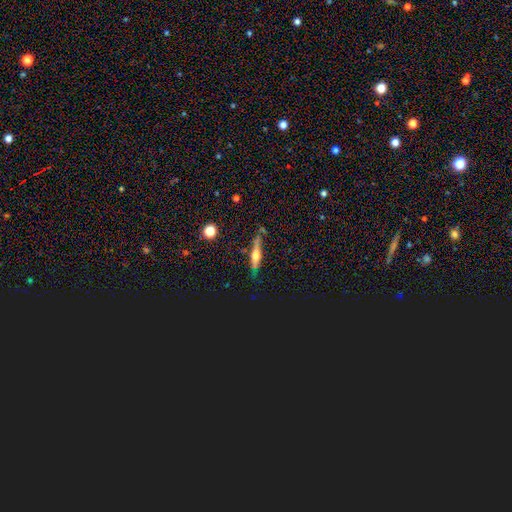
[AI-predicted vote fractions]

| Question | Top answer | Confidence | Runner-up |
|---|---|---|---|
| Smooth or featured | featured or disk | 57% | smooth (32%) |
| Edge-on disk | yes | 92% | no (8%) |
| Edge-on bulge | rounded | 86% | boxy (8%) |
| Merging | none | 75% | minor disturbance (16%) |